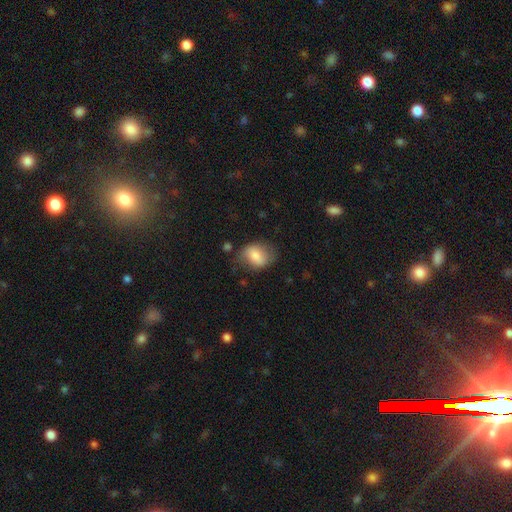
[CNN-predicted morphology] smooth 74%, featured or disk 19%, star or artifact 7%. Down the decision tree: how rounded — in between (71%); merging — none (60%).